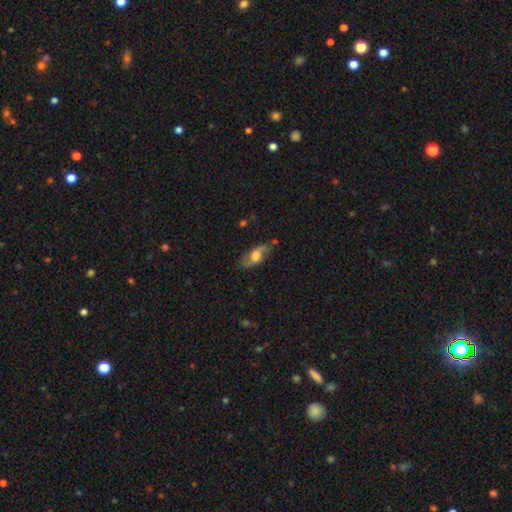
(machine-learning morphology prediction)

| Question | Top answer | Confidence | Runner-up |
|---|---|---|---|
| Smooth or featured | featured or disk | 59% | smooth (34%) |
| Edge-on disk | no | 83% | yes (17%) |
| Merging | none | 73% | minor disturbance (19%) |